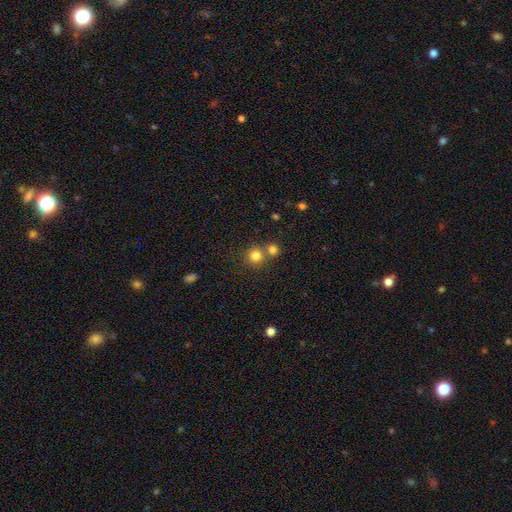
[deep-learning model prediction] Smooth or featured?
  - smooth: 80% *
  - star or artifact: 13%
  - featured or disk: 7%
How rounded?
  - round: 92% *
  - in between: 7%
  - cigar-shaped: 1%
Merging?
  - none: 61% *
  - merger: 30%
  - minor disturbance: 6%
  - major disturbance: 2%